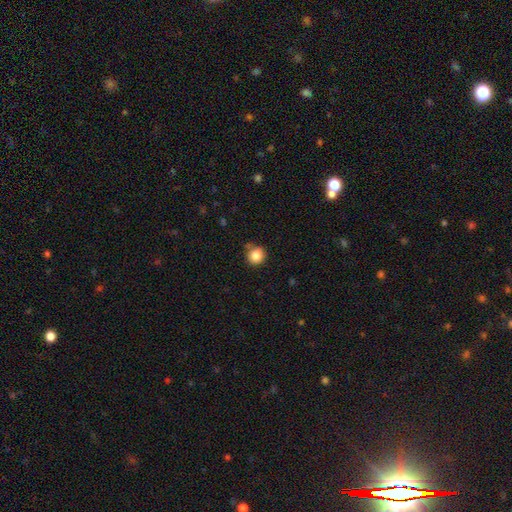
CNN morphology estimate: Overall: smooth (85%). How rounded: round (91%). Merging: none (82%).